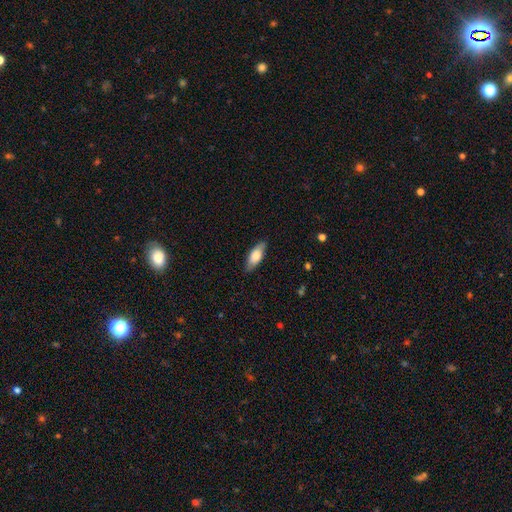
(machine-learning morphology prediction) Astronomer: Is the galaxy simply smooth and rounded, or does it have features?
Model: smooth — 70%.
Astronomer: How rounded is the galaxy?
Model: in between — 71%.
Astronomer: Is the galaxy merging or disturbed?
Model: none — 85%.